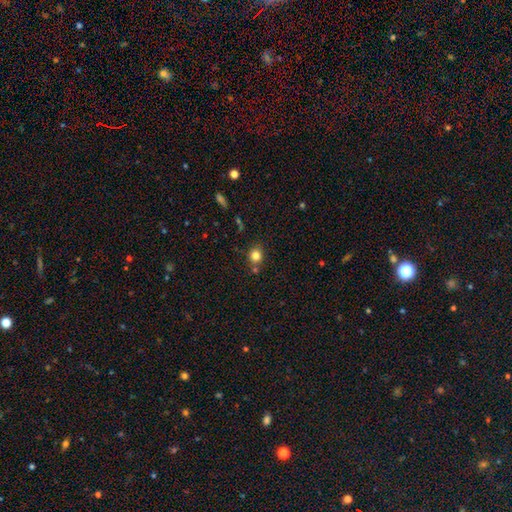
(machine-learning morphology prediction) Smooth or featured? smooth (81%)
How rounded? round (77%)
Merging? none (75%)